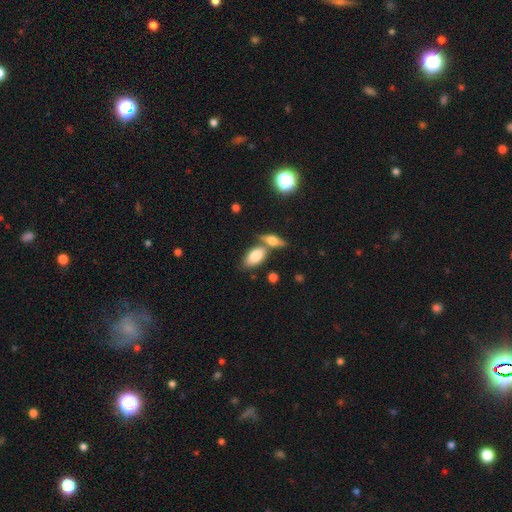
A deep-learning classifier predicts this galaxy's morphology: smooth-or-featured: smooth: 78% | featured or disk: 15% | star or artifact: 7%
  how-rounded: in between: 90% | cigar-shaped: 6% | round: 4%
  merging: none: 52% | merger: 33% | minor disturbance: 12% | major disturbance: 4%